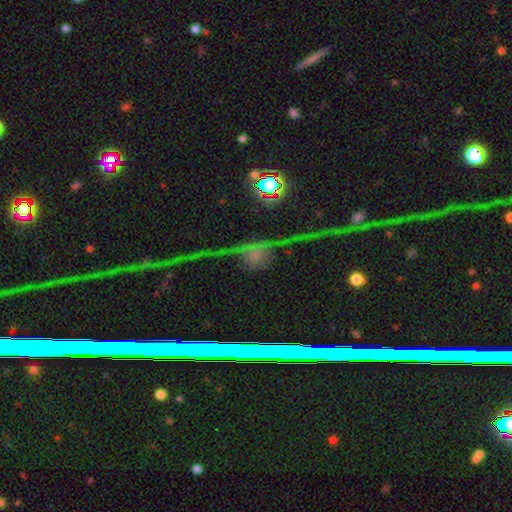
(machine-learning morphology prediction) Smooth or featured: featured or disk — 49% (smooth — 27%)
Merging: none — 43% (major disturbance — 33%)